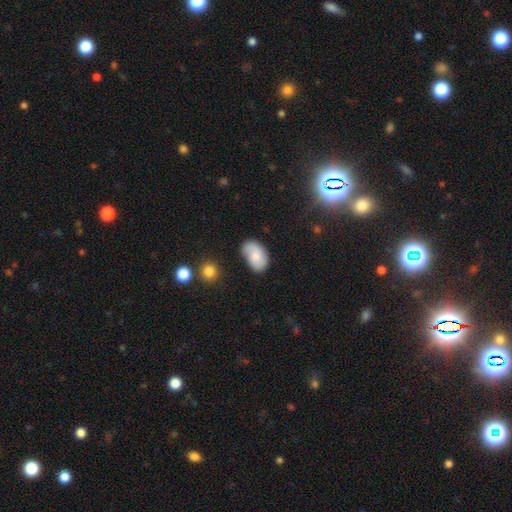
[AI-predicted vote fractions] Morphology: type=smooth (67%); roundness=in between (91%); merging=none (64%).